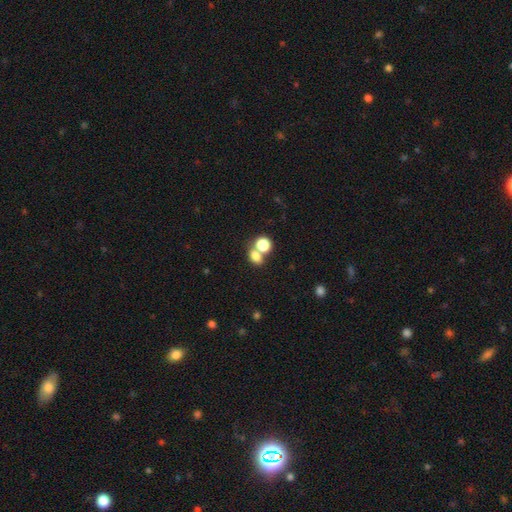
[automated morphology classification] Smooth or featured: smooth — 76% (star or artifact — 15%)
How rounded: in between — 53% (round — 45%)
Merging: merger — 47% (none — 42%)